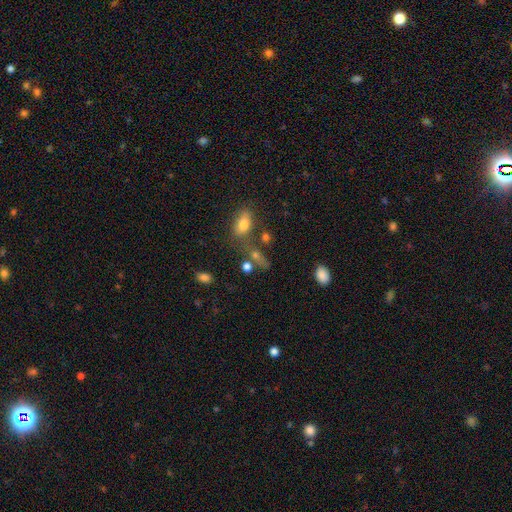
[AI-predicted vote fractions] Overall: smooth (59%; star or artifact 23%). How rounded: in between (55%; round 31%). Merging: none (50%; merger 24%).